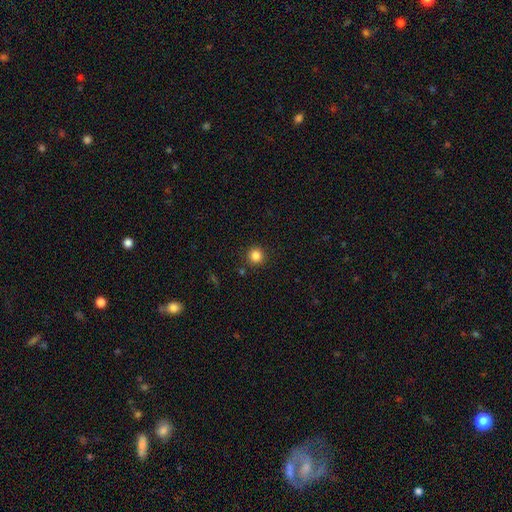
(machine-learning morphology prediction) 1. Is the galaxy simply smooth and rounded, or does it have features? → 84% smooth, 12% star or artifact, 4% featured or disk.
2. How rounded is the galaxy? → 94% round, 5% in between, 1% cigar-shaped.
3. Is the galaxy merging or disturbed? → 90% none, 6% minor disturbance, 2% merger, 2% major disturbance.